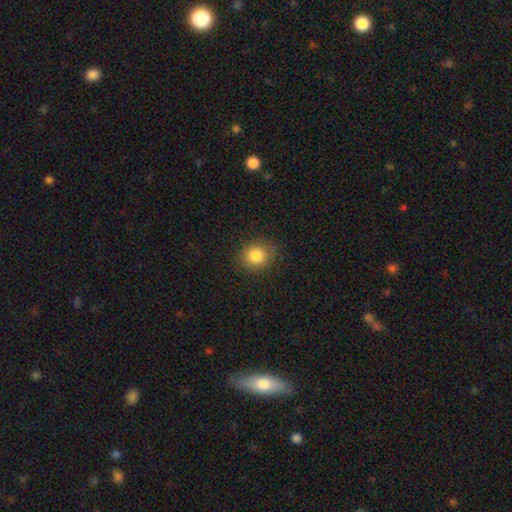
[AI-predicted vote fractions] Overall: smooth (83%). How rounded: round (73%). Merging: none (85%).